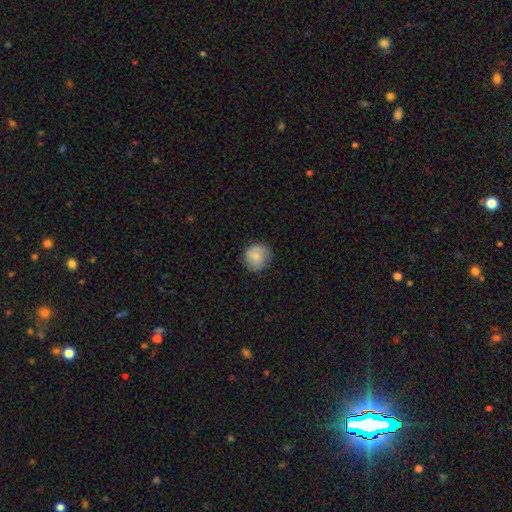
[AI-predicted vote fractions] Smooth or featured? smooth (75%)
How rounded? round (89%)
Merging? none (79%)